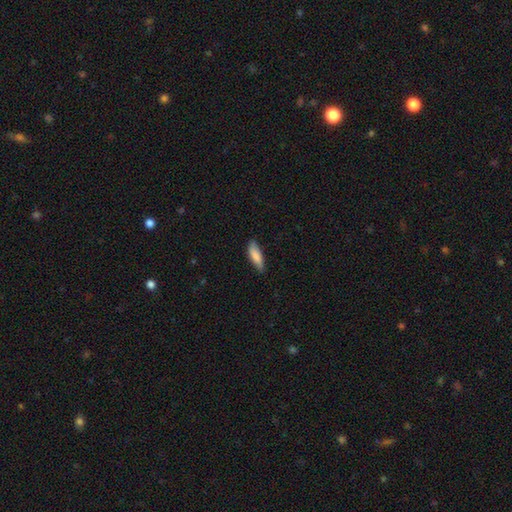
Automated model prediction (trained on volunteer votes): Smooth or featured? smooth (83%)
How rounded? cigar-shaped (51%)
Merging? none (77%)